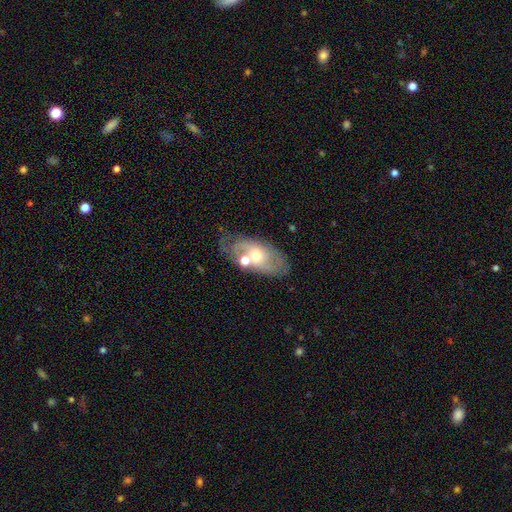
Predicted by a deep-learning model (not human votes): Smooth or featured?
  - featured or disk: 62% *
  - smooth: 30%
  - star or artifact: 8%
Edge-on disk?
  - no: 91% *
  - yes: 9%
Bar?
  - no: 68% *
  - weak: 25%
  - strong: 7%
Spiral arms?
  - yes: 67% *
  - no: 33%
Bulge size?
  - moderate: 63% *
  - small: 29%
  - large: 6%
  - none: 1%
  - dominant: 1%
Merging?
  - none: 55% *
  - minor disturbance: 20%
  - merger: 16%
  - major disturbance: 9%